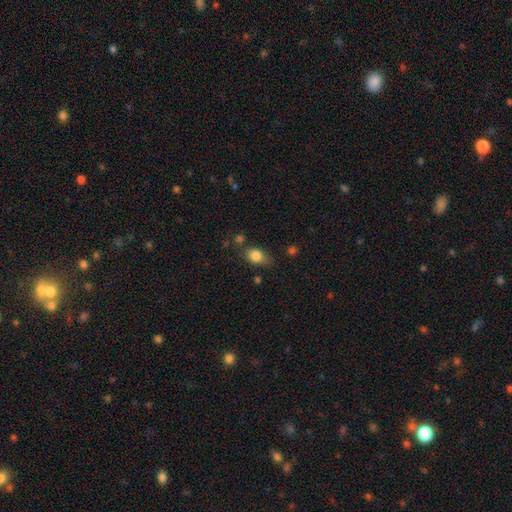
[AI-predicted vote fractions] Q: Smooth or featured?
A: smooth (83%); runner-up: star or artifact (9%)
Q: How rounded?
A: in between (70%); runner-up: round (28%)
Q: Merging?
A: none (59%); runner-up: minor disturbance (28%)